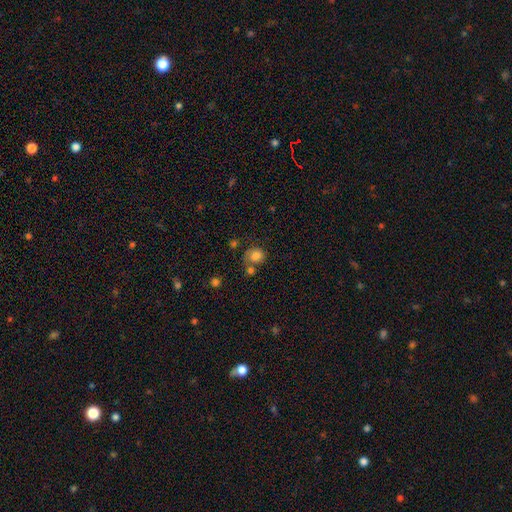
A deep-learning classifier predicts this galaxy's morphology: smooth 77%, featured or disk 13%, star or artifact 11%. Down the decision tree: how rounded — round (75%); merging — none (50%).